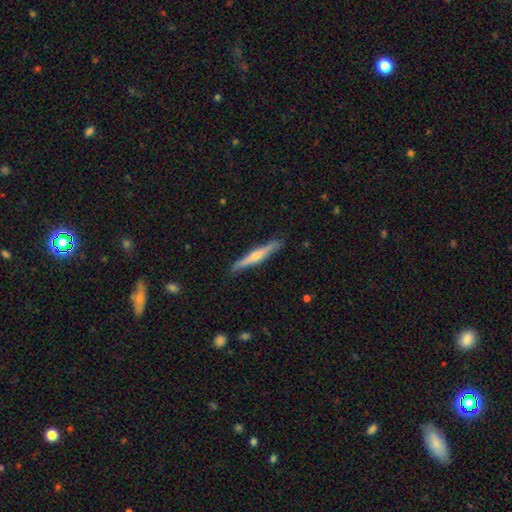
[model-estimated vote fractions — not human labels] Smooth or featured: featured or disk — 61% (smooth — 33%)
Edge-on disk: yes — 96% (no — 4%)
Edge-on bulge: rounded — 79% (none — 15%)
Merging: none — 89% (minor disturbance — 8%)